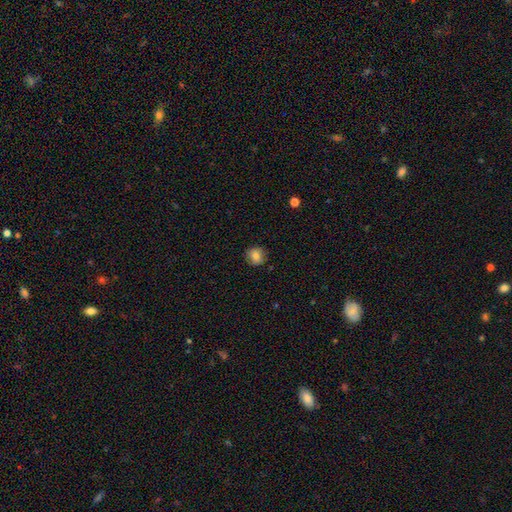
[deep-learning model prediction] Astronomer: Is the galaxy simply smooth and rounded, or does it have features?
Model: smooth — 82%.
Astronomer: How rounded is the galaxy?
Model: round — 90%.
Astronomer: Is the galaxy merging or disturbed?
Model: none — 88%.